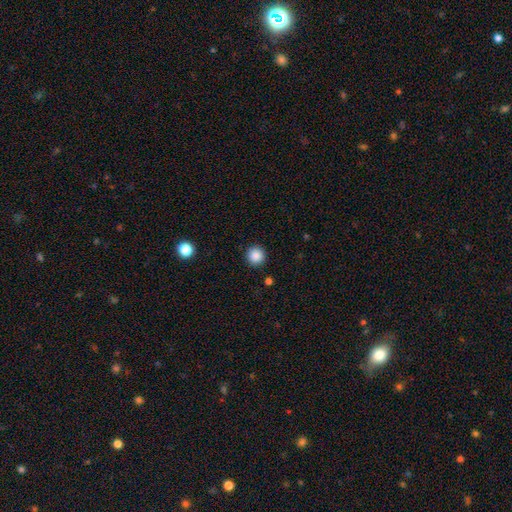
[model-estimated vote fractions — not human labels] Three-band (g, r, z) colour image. It shows a smooth galaxy with no disk features (87%) that is round (95%). Merging: none (92%).